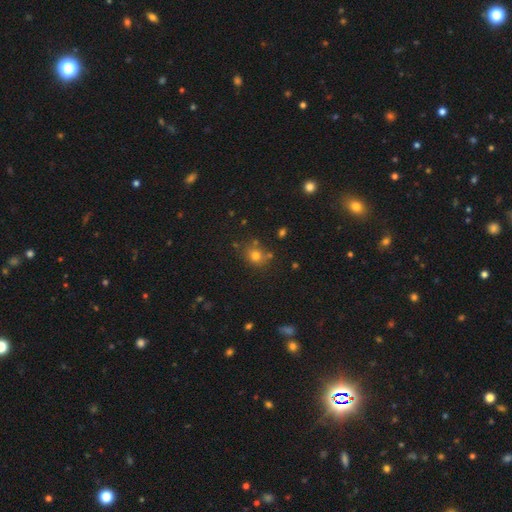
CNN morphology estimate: smooth 74%, star or artifact 17%, featured or disk 9%. Down the decision tree: how rounded — round (74%); merging — none (72%).